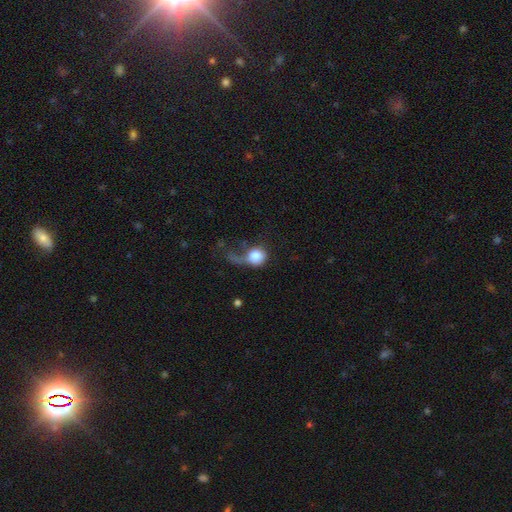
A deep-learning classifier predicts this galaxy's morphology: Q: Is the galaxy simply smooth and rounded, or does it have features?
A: smooth — 74%.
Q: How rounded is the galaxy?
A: round — 81%.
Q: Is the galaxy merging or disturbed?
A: major disturbance — 53%.